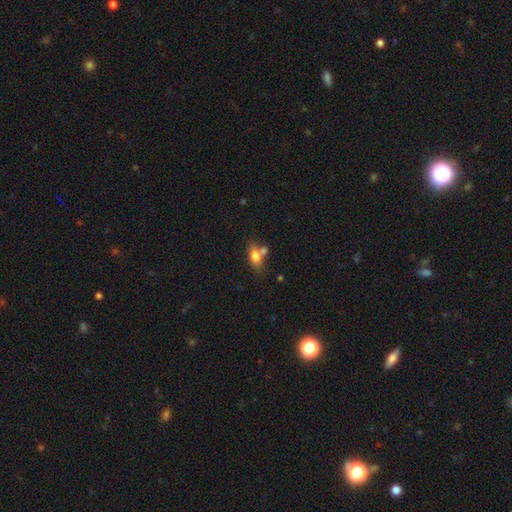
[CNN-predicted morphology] This is likely a smooth galaxy (73%). How rounded: likely in between (78%). Merging: possibly none (49%).